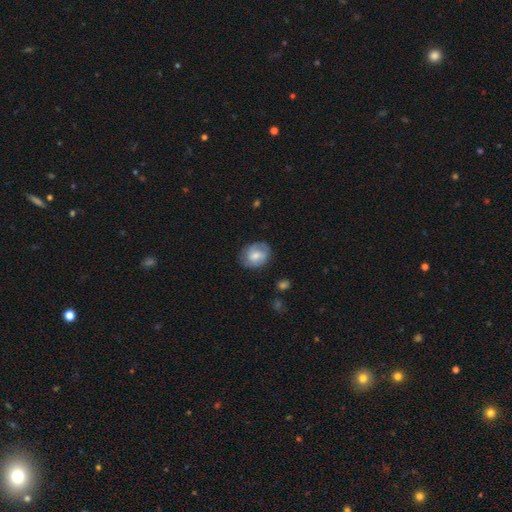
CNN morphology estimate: A smooth galaxy with no disk features (52%) that is in between round and cigar-shaped (50%).

Vote fractions:
- Smooth or featured? smooth: 52% / featured or disk: 41% / star or artifact: 7%
- How rounded? in between: 50% / round: 49% / cigar-shaped: 1%
- Merging? none: 73% / minor disturbance: 20% / major disturbance: 6% / merger: 1%